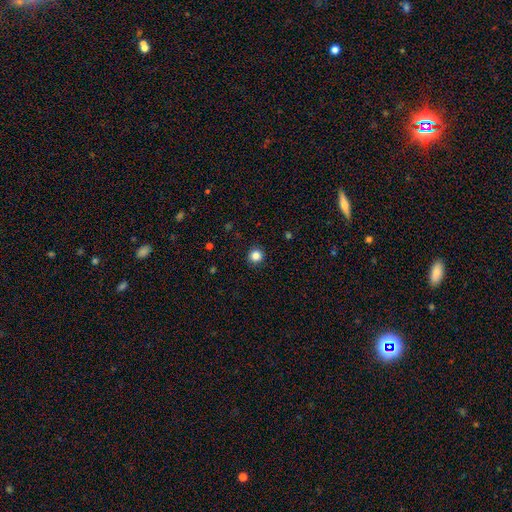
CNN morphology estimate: This is clearly a smooth galaxy (85%). How rounded: clearly round (94%). Merging: clearly none (91%).